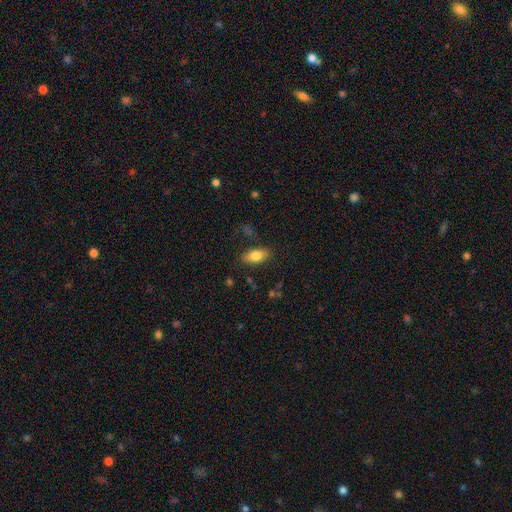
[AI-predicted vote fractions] This is likely a smooth galaxy (79%). How rounded: clearly in between (87%). Merging: clearly none (83%).